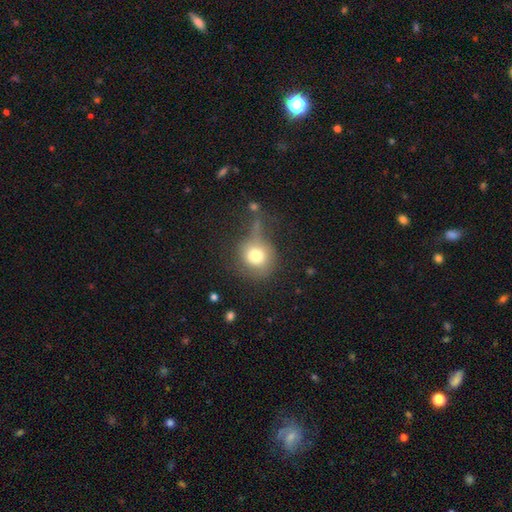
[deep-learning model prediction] smooth-or-featured: smooth: 74% | featured or disk: 16% | star or artifact: 10%
  how-rounded: round: 85% | in between: 14% | cigar-shaped: 1%
  merging: none: 41% | major disturbance: 27% | minor disturbance: 24% | merger: 8%